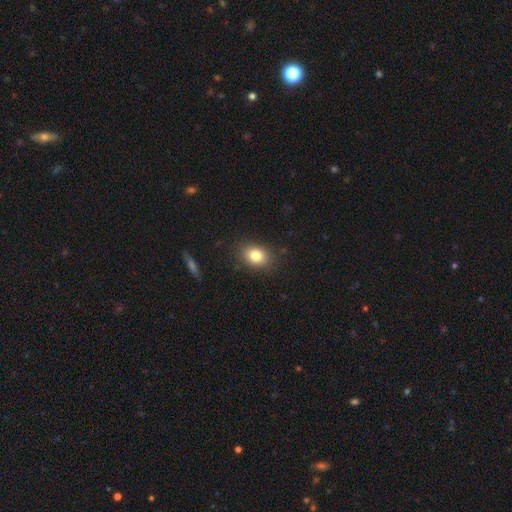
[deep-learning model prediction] A smooth galaxy with no disk features (82%) that is in between round and cigar-shaped (63%).

Vote fractions:
- Smooth or featured? smooth: 82% / star or artifact: 10% / featured or disk: 8%
- How rounded? in between: 63% / round: 36% / cigar-shaped: 1%
- Merging? none: 85% / minor disturbance: 11% / major disturbance: 3% / merger: 1%